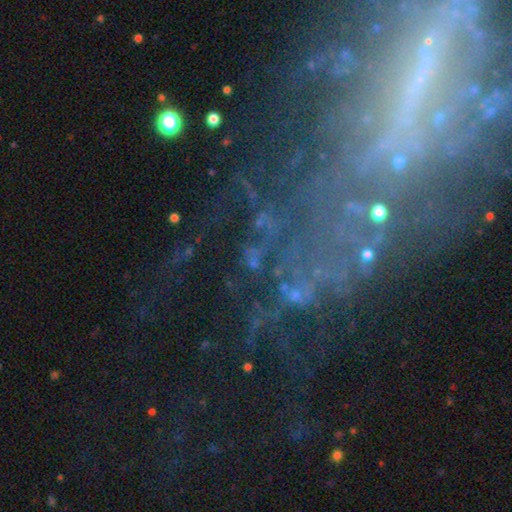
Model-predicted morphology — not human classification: A star or artifact, not a galaxy (46%).

Vote fractions:
- Smooth or featured? star or artifact: 46% / featured or disk: 40% / smooth: 14%